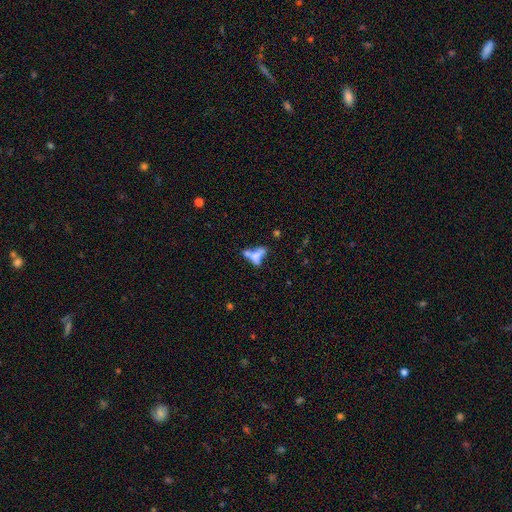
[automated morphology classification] This is possibly a smooth galaxy (54%). How rounded: likely in between (68%). Merging: possibly merger (52%).